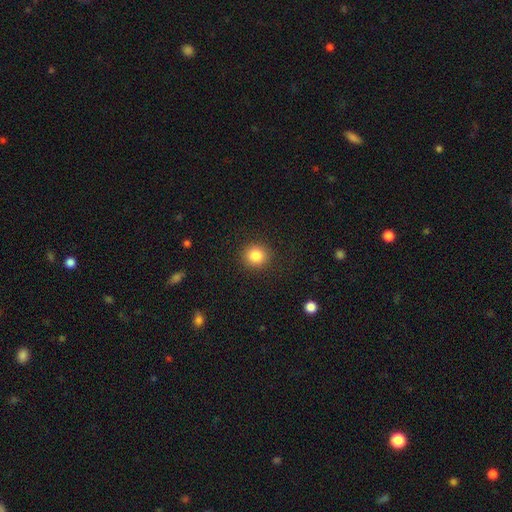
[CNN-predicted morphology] Smooth or featured? Predicted: smooth (p=0.84). How rounded? Predicted: round (p=0.90). Merging? Predicted: none (p=0.91).